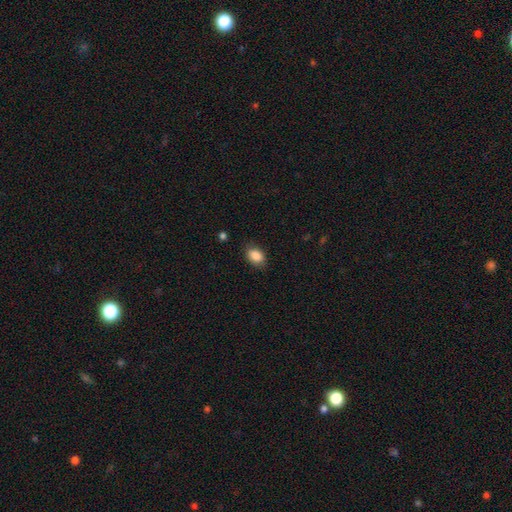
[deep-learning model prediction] The model was most divided on "how rounded": in between: 83%, round: 16%, cigar-shaped: 1%. More confident: smooth or featured — smooth (87%); merging — none (81%).